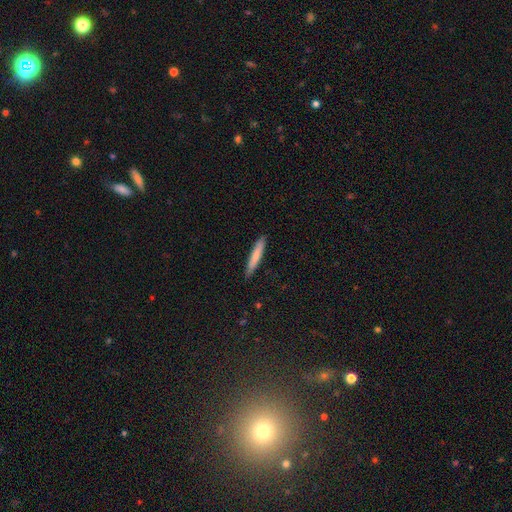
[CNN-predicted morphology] A smooth galaxy with no disk features (75%) that is cigar-shaped (94%).

Vote fractions:
- Smooth or featured? smooth: 75% / featured or disk: 19% / star or artifact: 6%
- How rounded? cigar-shaped: 94% / in between: 5% / round: 1%
- Merging? none: 89% / minor disturbance: 8% / major disturbance: 2% / merger: 1%